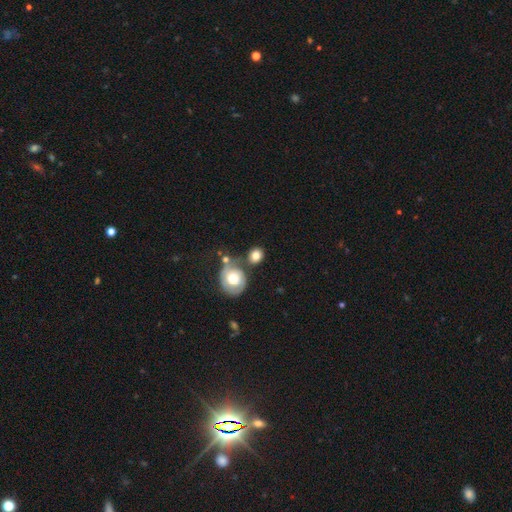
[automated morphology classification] Smooth or featured? smooth (78%)
How rounded? round (70%)
Merging? none (56%)